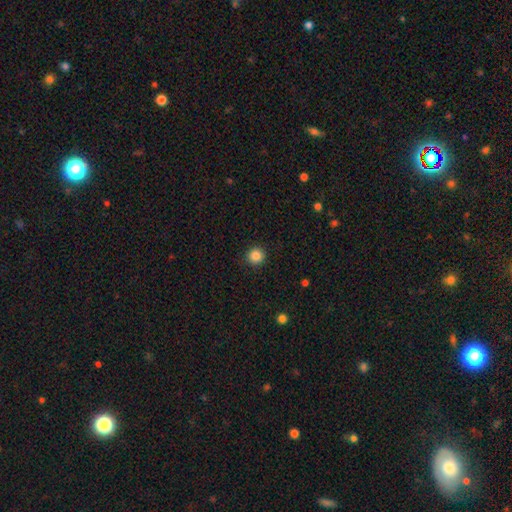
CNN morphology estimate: Q: Smooth or featured?
A: smooth (86%); runner-up: star or artifact (11%)
Q: How rounded?
A: round (94%); runner-up: in between (5%)
Q: Merging?
A: none (92%); runner-up: minor disturbance (6%)